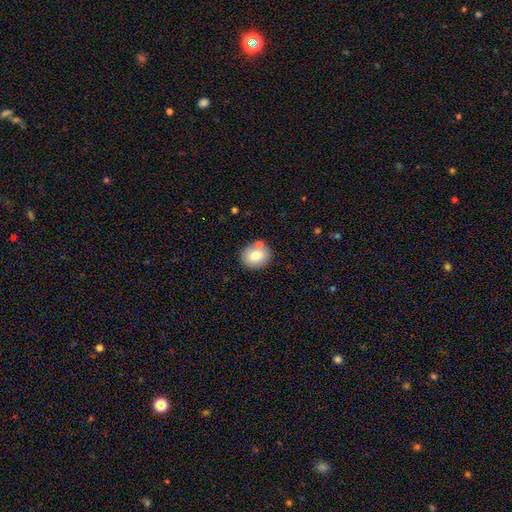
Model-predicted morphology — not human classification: The model was most divided on "how rounded": round: 55%, in between: 44%, cigar-shaped: 1%. More confident: smooth or featured — smooth (80%); merging — none (74%).